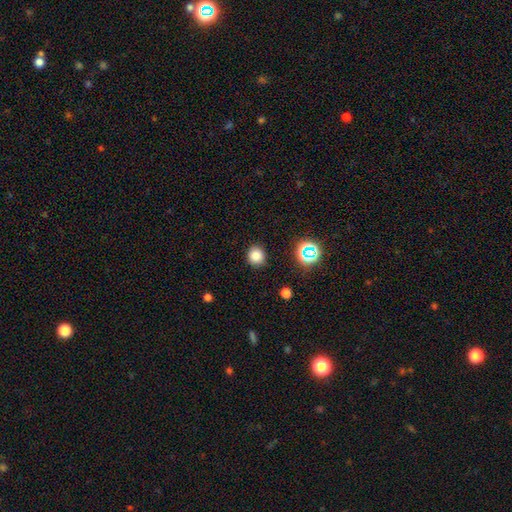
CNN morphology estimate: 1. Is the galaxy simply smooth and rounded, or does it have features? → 80% smooth, 15% star or artifact, 5% featured or disk.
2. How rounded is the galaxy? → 86% round, 13% in between, 1% cigar-shaped.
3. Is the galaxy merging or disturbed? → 90% none, 7% minor disturbance, 2% major disturbance, 1% merger.